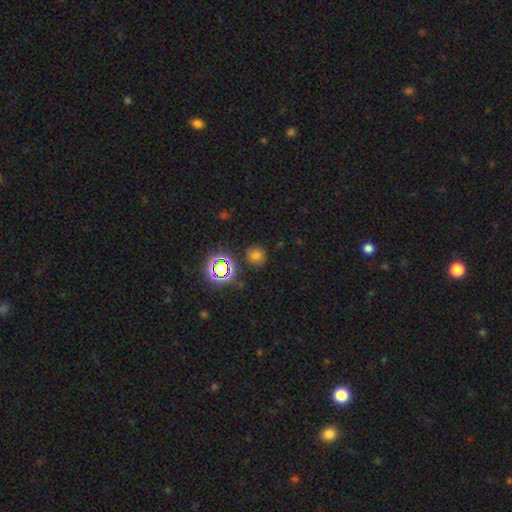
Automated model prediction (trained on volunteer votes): Smooth or featured: smooth — 64% (star or artifact — 29%)
How rounded: round — 84% (in between — 15%)
Merging: none — 82% (minor disturbance — 11%)